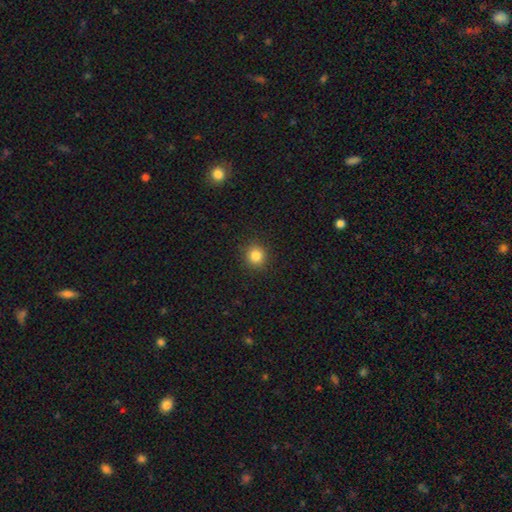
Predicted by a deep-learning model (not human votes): Q: Smooth or featured?
A: smooth (83%); runner-up: star or artifact (12%)
Q: How rounded?
A: round (91%); runner-up: in between (9%)
Q: Merging?
A: none (91%); runner-up: minor disturbance (6%)